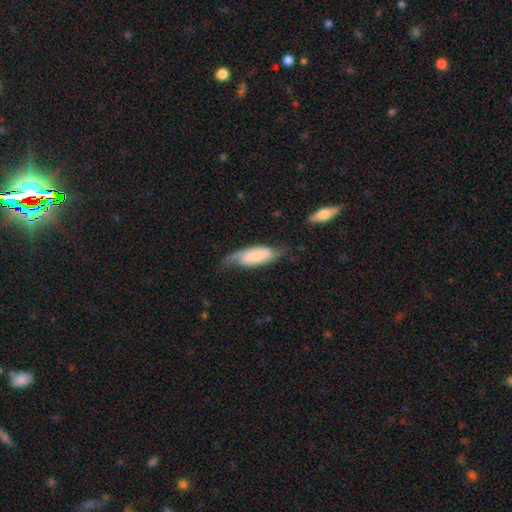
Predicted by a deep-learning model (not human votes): This appears to be a featured or disk galaxy (47%). Merging: none (48%).